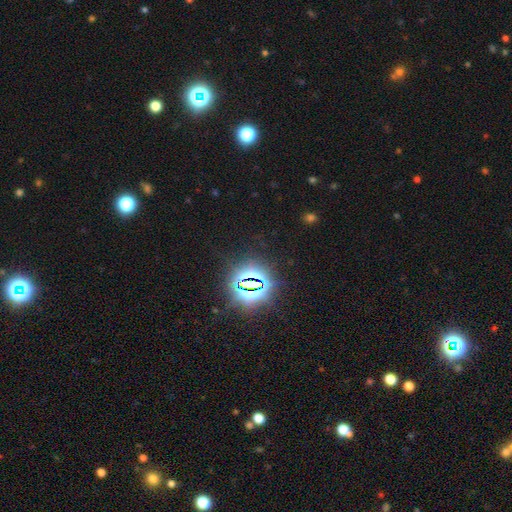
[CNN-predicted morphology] star or artifact 81%, smooth 12%, featured or disk 6%.